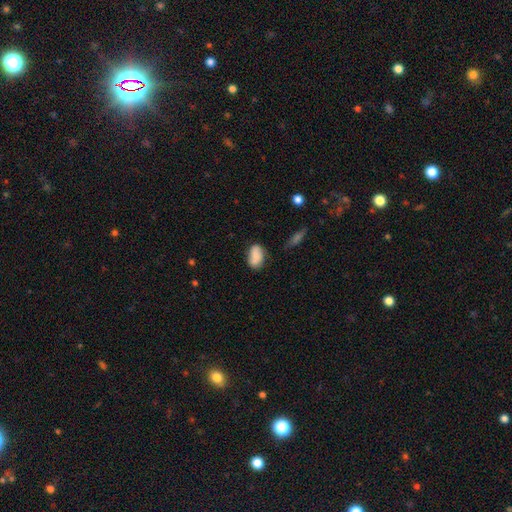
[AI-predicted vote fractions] Overall: smooth (82%). How rounded: in between (90%). Merging: none (66%).